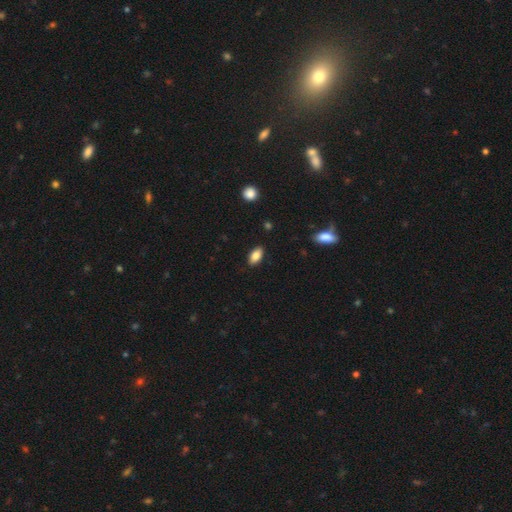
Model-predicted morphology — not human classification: Smooth or featured: smooth — 85% (star or artifact — 8%)
How rounded: in between — 92% (round — 4%)
Merging: none — 87% (minor disturbance — 9%)